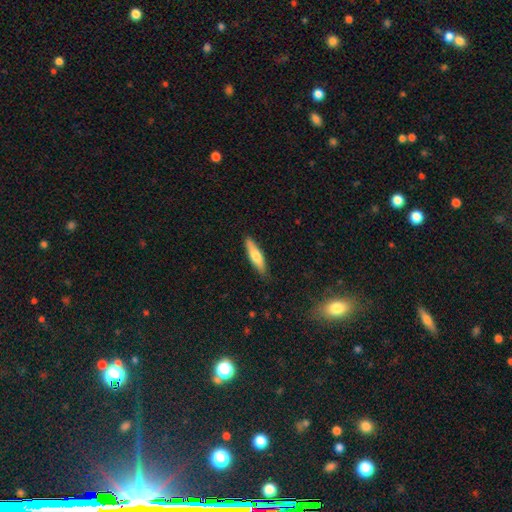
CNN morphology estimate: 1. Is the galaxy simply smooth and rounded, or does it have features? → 64% smooth, 30% featured or disk, 6% star or artifact.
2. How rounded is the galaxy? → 71% cigar-shaped, 27% in between, 2% round.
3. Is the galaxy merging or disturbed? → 85% none, 12% minor disturbance, 2% major disturbance, 1% merger.